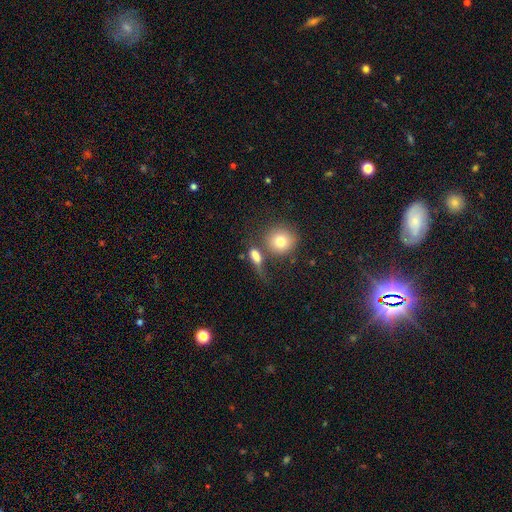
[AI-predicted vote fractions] A smooth galaxy with no disk features (74%) that is in between round and cigar-shaped (57%).

Vote fractions:
- Smooth or featured? smooth: 74% / featured or disk: 15% / star or artifact: 11%
- How rounded? in between: 57% / round: 28% / cigar-shaped: 15%
- Merging? none: 39% / merger: 24% / major disturbance: 19% / minor disturbance: 18%